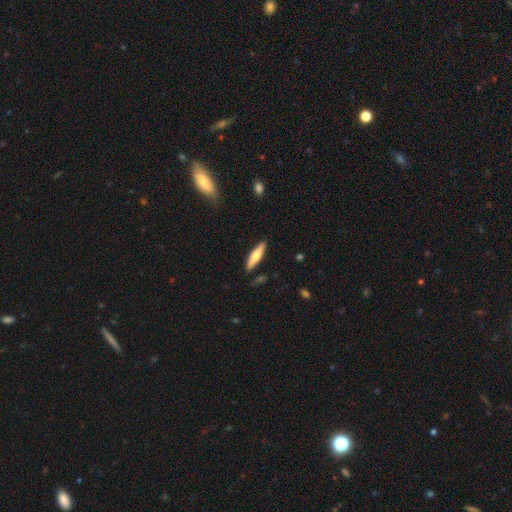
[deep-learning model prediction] A smooth galaxy with no disk features (57%) that is cigar-shaped (77%).

Vote fractions:
- Smooth or featured? smooth: 57% / featured or disk: 37% / star or artifact: 6%
- How rounded? cigar-shaped: 77% / in between: 22% / round: 2%
- Merging? none: 86% / minor disturbance: 10% / major disturbance: 2% / merger: 2%